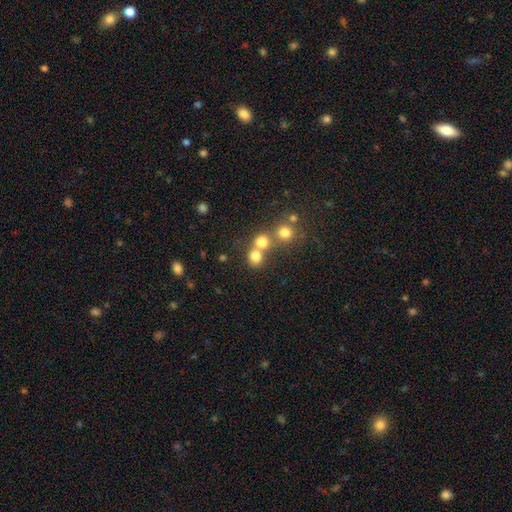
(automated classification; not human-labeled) Smooth or featured?
  - smooth: 76% *
  - star or artifact: 14%
  - featured or disk: 10%
How rounded?
  - round: 76% *
  - in between: 23%
  - cigar-shaped: 1%
Merging?
  - none: 47% *
  - merger: 42%
  - minor disturbance: 7%
  - major disturbance: 4%